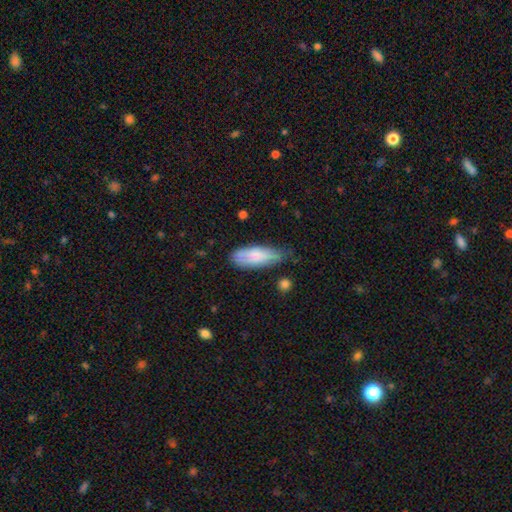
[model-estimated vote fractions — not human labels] smooth 80%, featured or disk 14%, star or artifact 6%. Down the decision tree: how rounded — in between (70%); merging — none (58%).